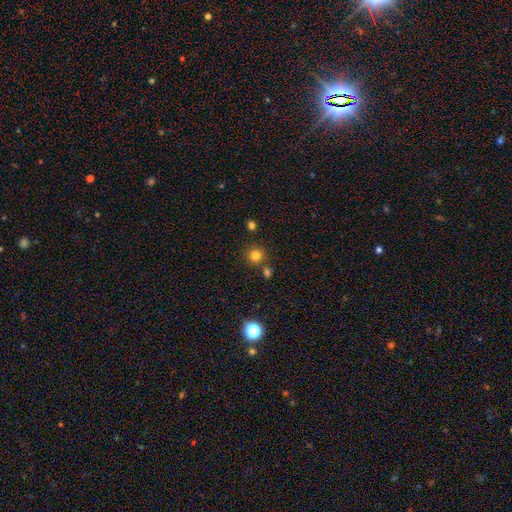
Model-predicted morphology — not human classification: smooth-or-featured: smooth: 79% | star or artifact: 16% | featured or disk: 6%
  how-rounded: round: 93% | in between: 6% | cigar-shaped: 1%
  merging: none: 78% | merger: 11% | minor disturbance: 8% | major disturbance: 3%